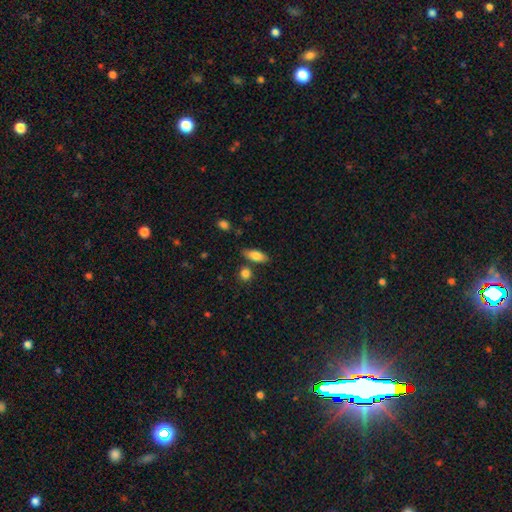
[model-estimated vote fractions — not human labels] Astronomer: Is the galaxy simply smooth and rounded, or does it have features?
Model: smooth — 81%.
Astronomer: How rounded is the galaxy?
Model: in between — 79%.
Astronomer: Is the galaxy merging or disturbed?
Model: none — 76%.